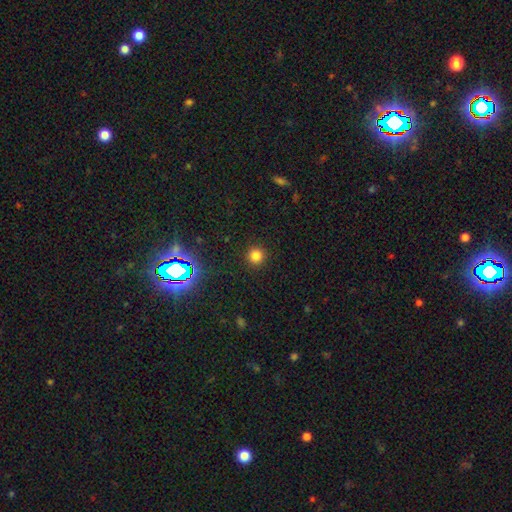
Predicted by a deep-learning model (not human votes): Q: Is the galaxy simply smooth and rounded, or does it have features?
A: smooth — 78%.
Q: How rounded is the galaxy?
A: round — 95%.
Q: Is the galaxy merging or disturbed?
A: none — 92%.